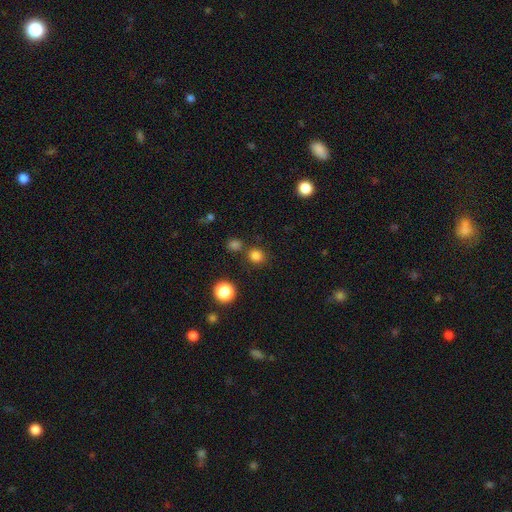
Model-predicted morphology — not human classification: Smooth or featured: smooth — 80% (star or artifact — 16%)
How rounded: round — 85% (in between — 14%)
Merging: none — 78% (merger — 10%)